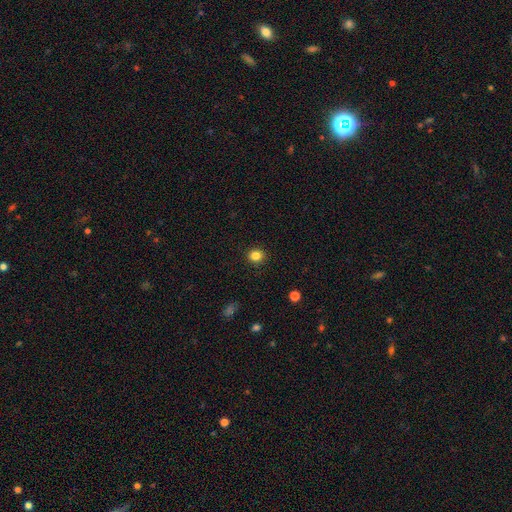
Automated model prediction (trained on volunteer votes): smooth 84%, star or artifact 12%, featured or disk 4%. Down the decision tree: how rounded — round (84%); merging — none (91%).